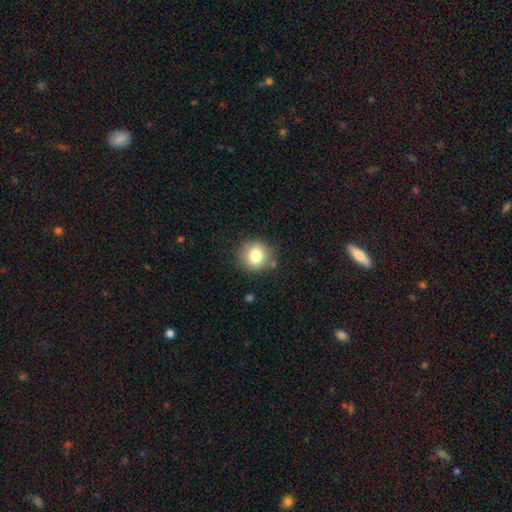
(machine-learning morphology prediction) type=smooth (80%); roundness=round (87%); merging=none (85%).